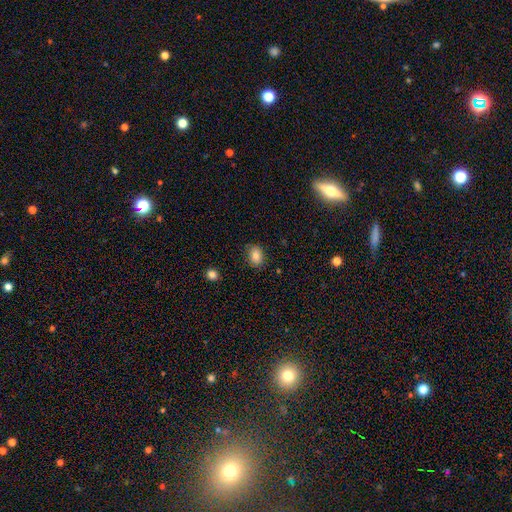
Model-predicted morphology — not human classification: The model was most divided on "how rounded": in between: 65%, round: 34%, cigar-shaped: 1%. More confident: merging — none (85%); smooth or featured — smooth (83%).